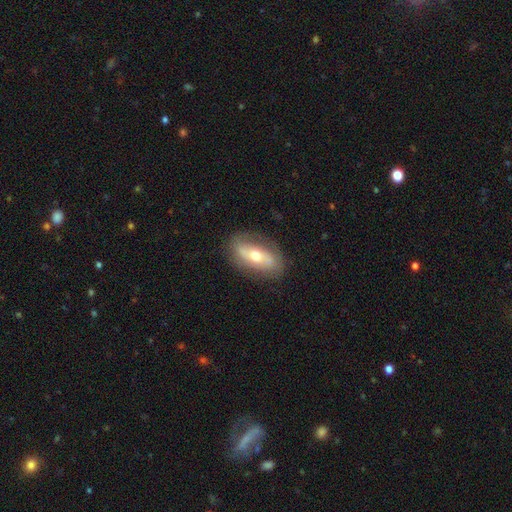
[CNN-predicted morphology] Smooth or featured: featured or disk — 53% (smooth — 40%)
Edge-on disk: no — 78% (yes — 22%)
Merging: none — 81% (minor disturbance — 13%)